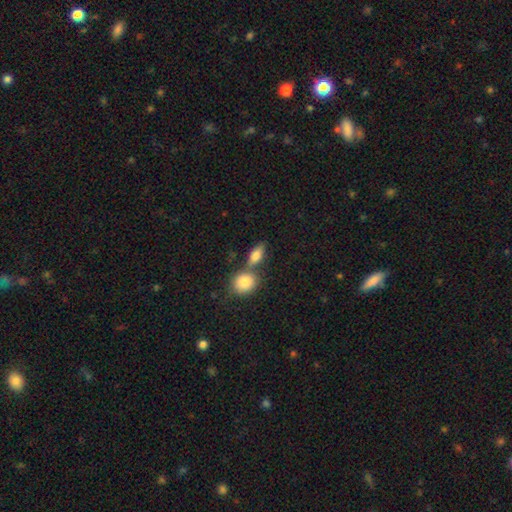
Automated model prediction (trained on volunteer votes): Smooth or featured? smooth (77%)
How rounded? in between (75%)
Merging? none (52%)